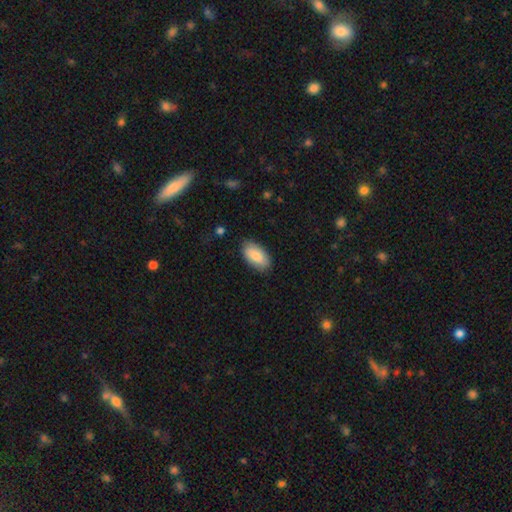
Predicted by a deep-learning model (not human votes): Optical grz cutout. It shows a smooth galaxy with no disk features (84%) that is in between round and cigar-shaped (94%). Merging: none (85%).